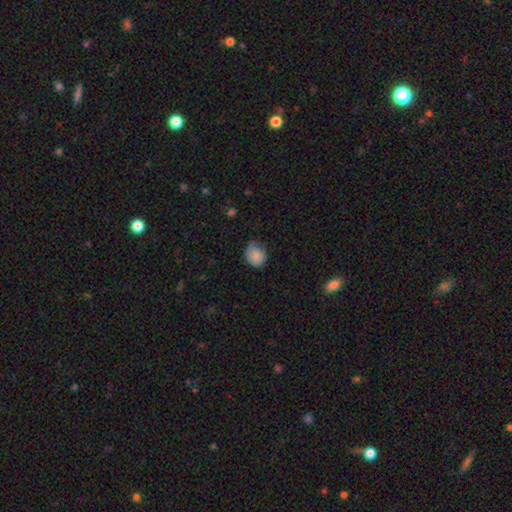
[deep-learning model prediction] Q: Smooth or featured?
A: smooth (83%); runner-up: featured or disk (9%)
Q: How rounded?
A: round (57%); runner-up: in between (42%)
Q: Merging?
A: none (53%); runner-up: minor disturbance (37%)